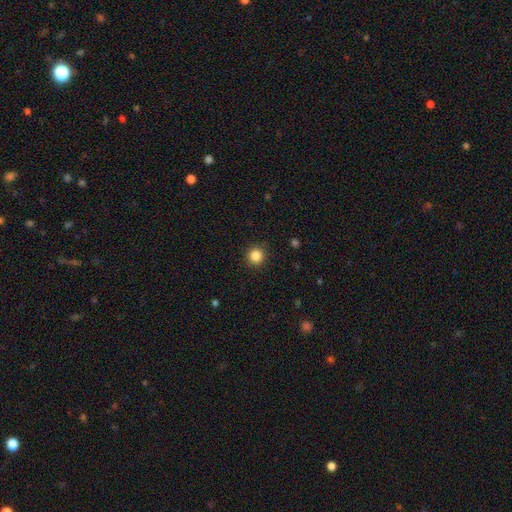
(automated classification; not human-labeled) smooth-or-featured: smooth: 85% | star or artifact: 11% | featured or disk: 4%
  how-rounded: round: 94% | in between: 5% | cigar-shaped: 1%
  merging: none: 91% | minor disturbance: 6% | major disturbance: 2% | merger: 1%